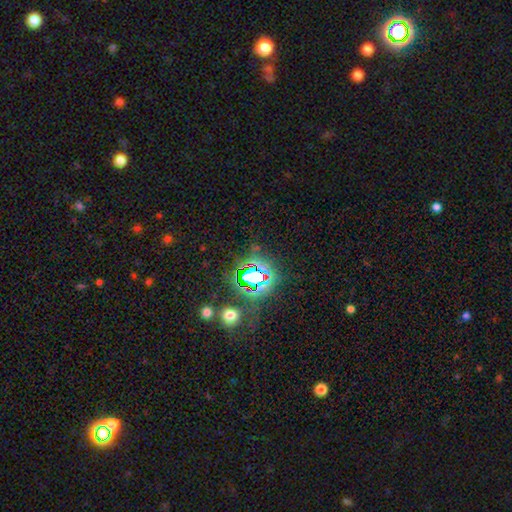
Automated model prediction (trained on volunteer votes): smooth_or_featured: star or artifact (p=0.79) [alt: smooth p=0.13]